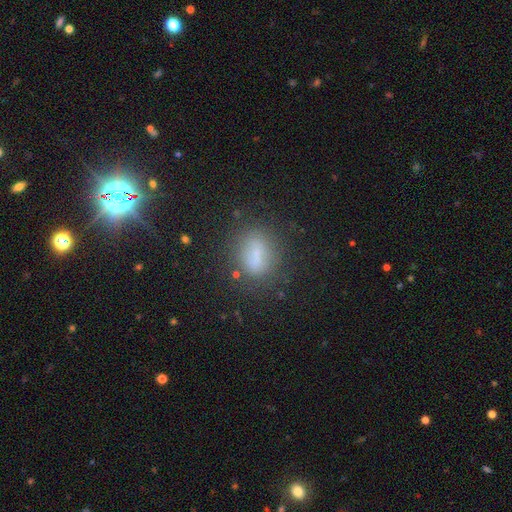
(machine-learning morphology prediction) The model was most divided on "how rounded": in between: 59%, round: 35%, cigar-shaped: 6%. More confident: merging — none (72%); smooth or featured — smooth (66%).